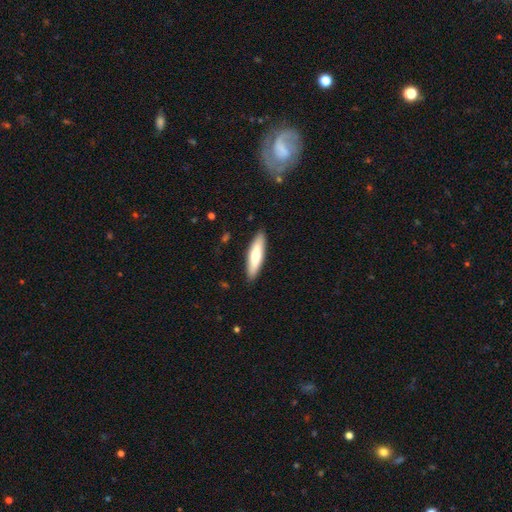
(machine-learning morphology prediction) Q: Smooth or featured?
A: smooth (67%); runner-up: featured or disk (27%)
Q: How rounded?
A: cigar-shaped (70%); runner-up: in between (28%)
Q: Merging?
A: none (88%); runner-up: minor disturbance (9%)